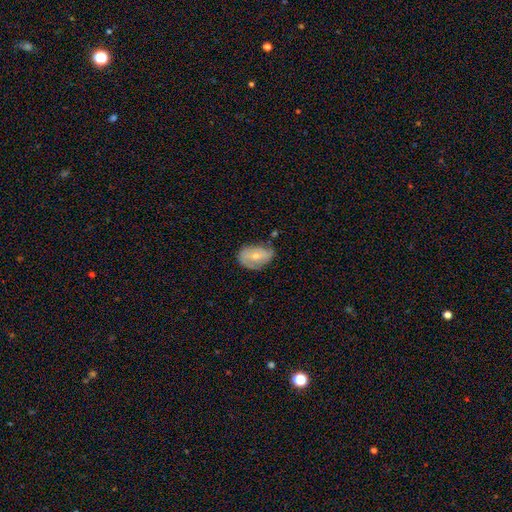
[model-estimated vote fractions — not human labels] smooth-or-featured: smooth: 52% | featured or disk: 41% | star or artifact: 7%
  how-rounded: in between: 86% | round: 12% | cigar-shaped: 2%
  merging: none: 57% | minor disturbance: 31% | major disturbance: 9% | merger: 3%